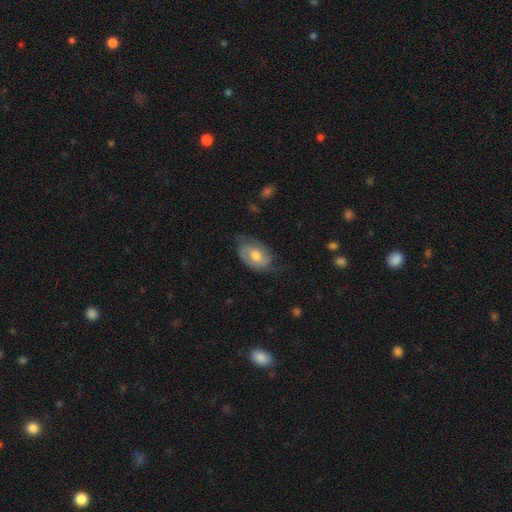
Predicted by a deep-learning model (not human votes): featured or disk 61%, smooth 33%, star or artifact 6%. Down the decision tree: edge-on disk — no (95%); bar — no (55%); spiral arms — yes (82%); bulge size — moderate (70%); merging — none (57%).